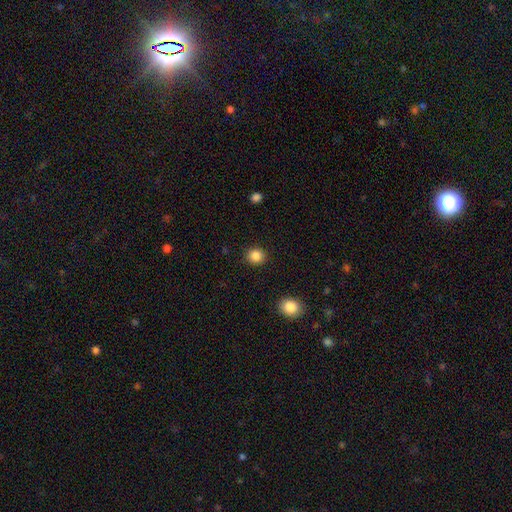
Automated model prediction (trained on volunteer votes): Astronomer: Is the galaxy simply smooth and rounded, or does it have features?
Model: smooth — 86%.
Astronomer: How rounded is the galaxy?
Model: round — 83%.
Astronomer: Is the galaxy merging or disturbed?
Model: none — 90%.